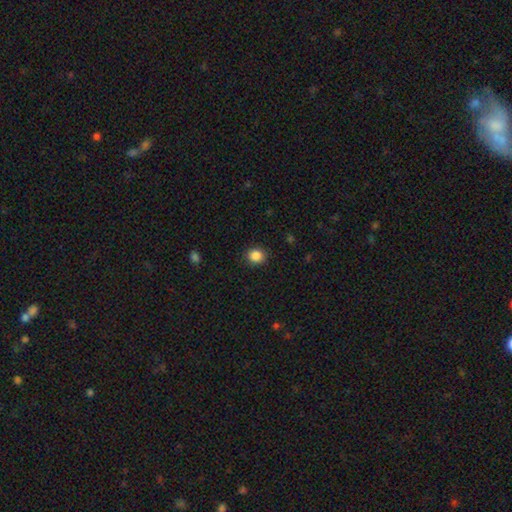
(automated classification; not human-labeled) This appears to be a smooth galaxy with no disk features (87%) that is round (77%). Merging: none (89%).